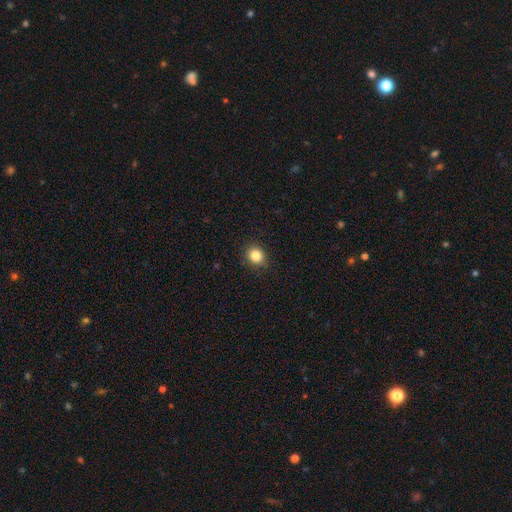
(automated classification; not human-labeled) A smooth galaxy with no disk features (85%) that is round (78%). Merging: none (89%).